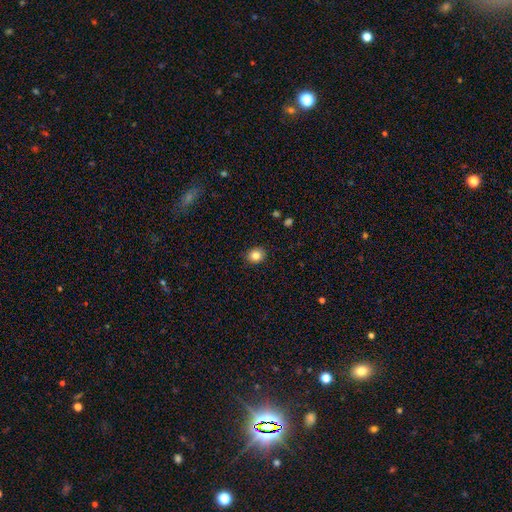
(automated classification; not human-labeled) Morphology: type=smooth (83%); roundness=round (67%); merging=none (90%).